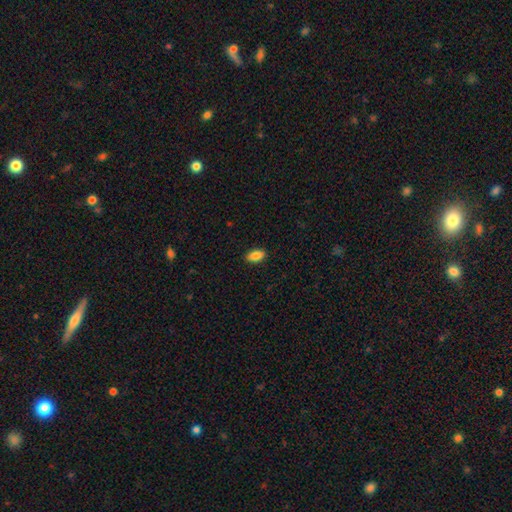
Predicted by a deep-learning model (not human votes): Overall: smooth (87%). How rounded: in between (91%). Merging: none (89%).